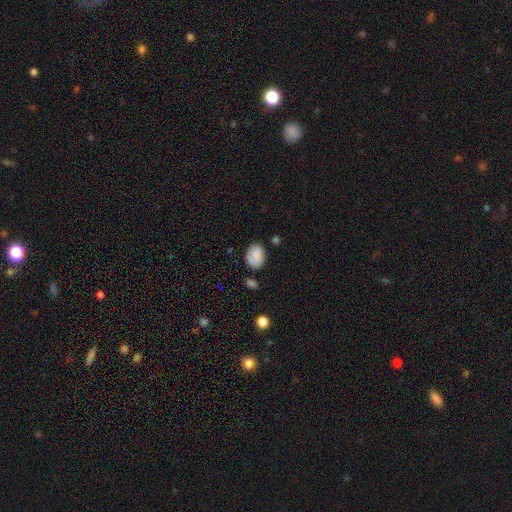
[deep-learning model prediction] Overall: smooth (68%). How rounded: in between (70%). Merging: none (63%; minor disturbance 25%).